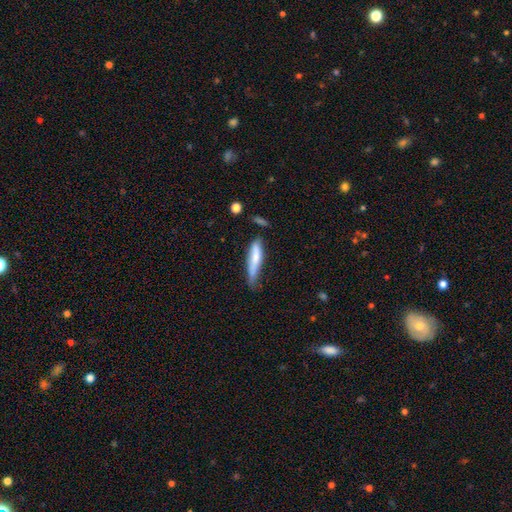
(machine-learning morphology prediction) Q: Smooth or featured?
A: smooth (72%); runner-up: featured or disk (23%)
Q: How rounded?
A: cigar-shaped (82%); runner-up: in between (17%)
Q: Merging?
A: none (47%); runner-up: minor disturbance (37%)